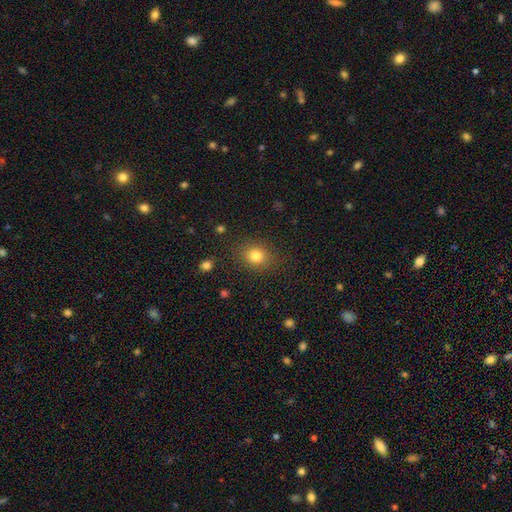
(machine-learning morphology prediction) Smooth or featured?
  - smooth: 81% *
  - star or artifact: 12%
  - featured or disk: 7%
How rounded?
  - round: 63% *
  - in between: 36%
  - cigar-shaped: 1%
Merging?
  - none: 84% *
  - minor disturbance: 11%
  - major disturbance: 4%
  - merger: 2%